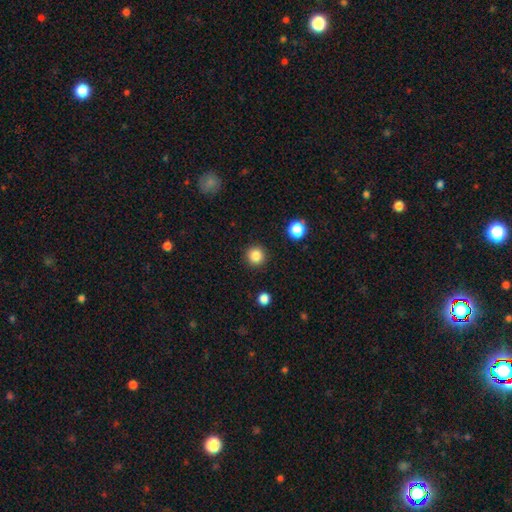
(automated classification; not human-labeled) Q: Smooth or featured?
A: smooth (85%); runner-up: star or artifact (11%)
Q: How rounded?
A: round (95%); runner-up: in between (4%)
Q: Merging?
A: none (92%); runner-up: minor disturbance (5%)